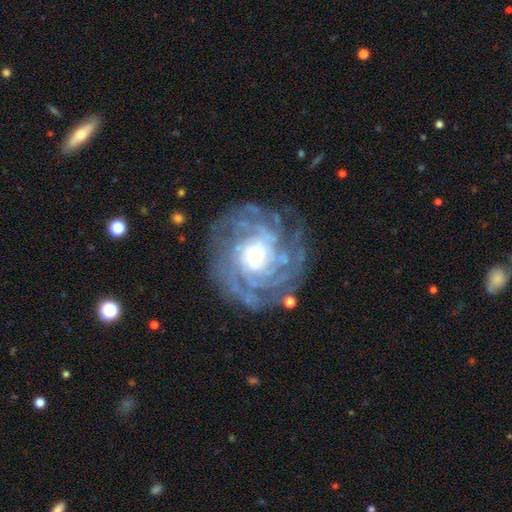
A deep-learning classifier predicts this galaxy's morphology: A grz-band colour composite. It shows a featured or disk galaxy (89%) with no bar (47%), tight (72%) spiral arms (97%) and a moderate central bulge (52%). Merging: none (76%).